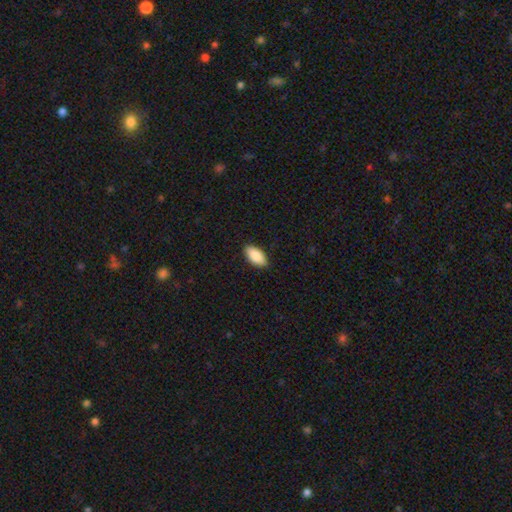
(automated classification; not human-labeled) This is clearly a smooth galaxy (89%). How rounded: clearly in between (94%). Merging: clearly none (88%).